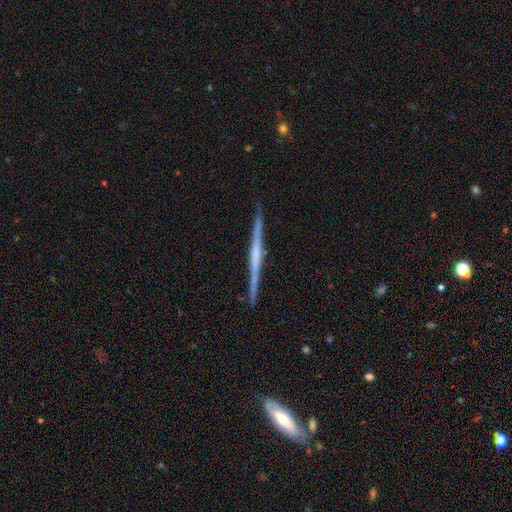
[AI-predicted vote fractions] featured or disk 73%, smooth 21%, star or artifact 6%. Down the decision tree: edge-on disk — yes (98%); edge-on bulge — none (57%); merging — none (91%).